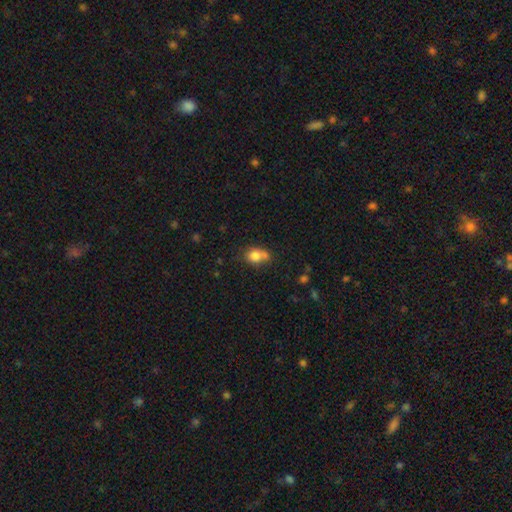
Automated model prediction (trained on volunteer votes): This is likely a smooth galaxy (79%). How rounded: possibly in between (60%). Merging: marginally none (44%).